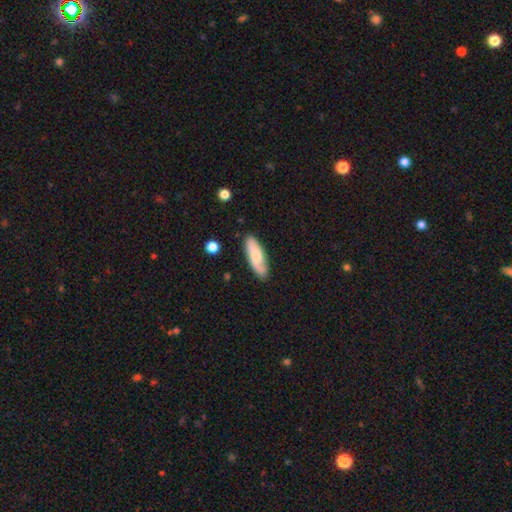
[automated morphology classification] This appears to be a smooth galaxy with no disk features (59%) that is in between round and cigar-shaped (59%). Merging: none (78%).